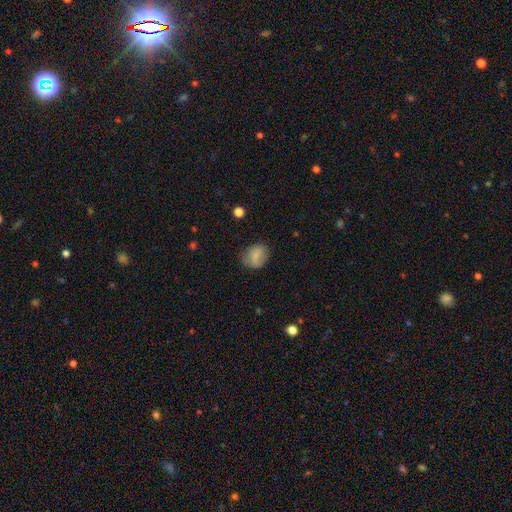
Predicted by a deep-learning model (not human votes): The model was most divided on "how rounded": round: 51%, in between: 48%, cigar-shaped: 1%. More confident: smooth or featured — smooth (73%); merging — none (68%).